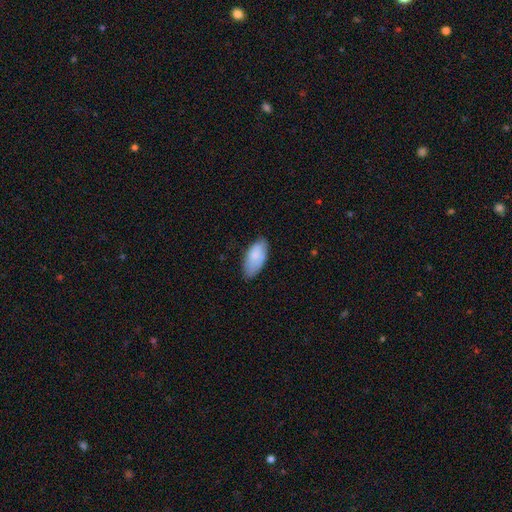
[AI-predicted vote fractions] Overall: smooth (81%). How rounded: in between (92%). Merging: none (66%; minor disturbance 27%).